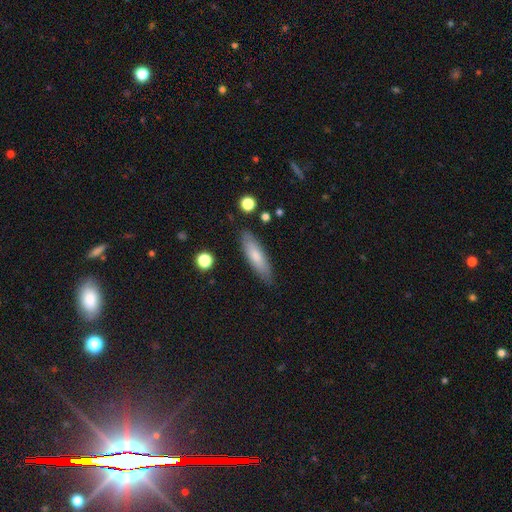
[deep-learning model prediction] Smooth or featured?
  - smooth: 73% *
  - featured or disk: 20%
  - star or artifact: 6%
How rounded?
  - cigar-shaped: 63% *
  - in between: 35%
  - round: 2%
Merging?
  - none: 85% *
  - minor disturbance: 11%
  - major disturbance: 2%
  - merger: 2%